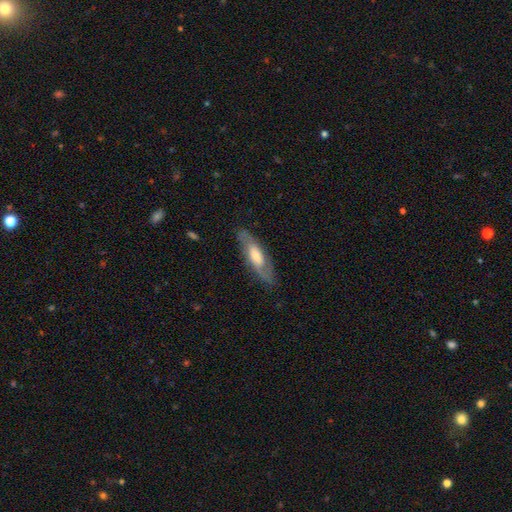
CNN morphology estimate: type=featured or disk (61%); edge-on=no (70%); merging=none (78%).